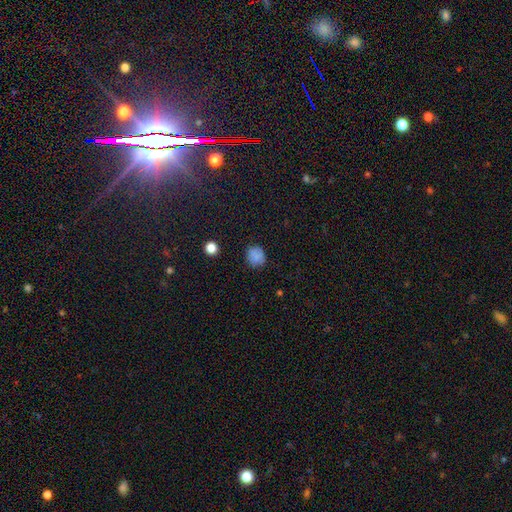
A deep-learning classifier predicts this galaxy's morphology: smooth-or-featured: smooth: 80% | star or artifact: 13% | featured or disk: 6%
  how-rounded: round: 82% | in between: 17% | cigar-shaped: 1%
  merging: none: 82% | minor disturbance: 13% | major disturbance: 3% | merger: 1%